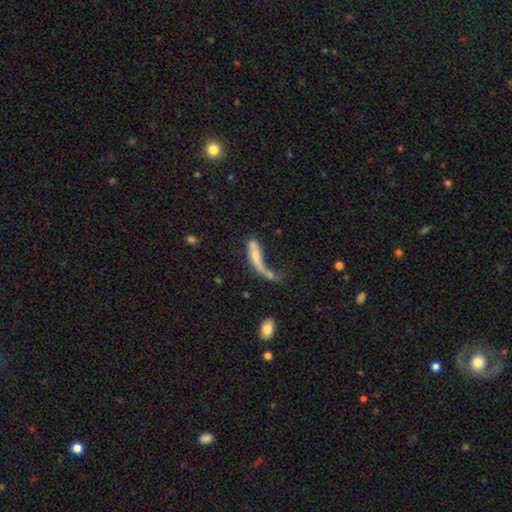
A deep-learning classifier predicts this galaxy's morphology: featured or disk 46%, smooth 45%, star or artifact 9%. Down the decision tree: merging — major disturbance (34%).